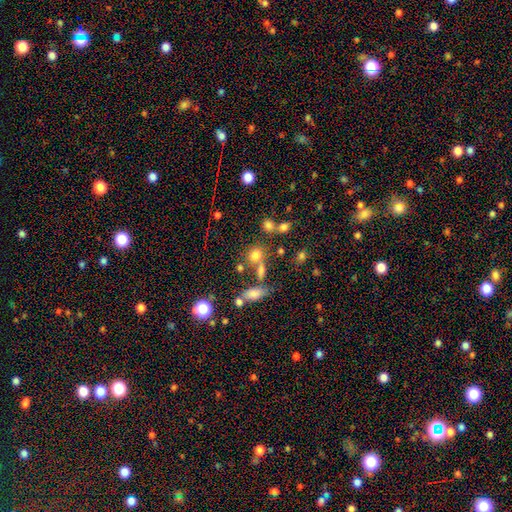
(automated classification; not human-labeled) Smooth or featured?
  - smooth: 71% *
  - star or artifact: 18%
  - featured or disk: 12%
How rounded?
  - round: 62% *
  - in between: 34%
  - cigar-shaped: 3%
Merging?
  - none: 51% *
  - merger: 30%
  - minor disturbance: 12%
  - major disturbance: 7%